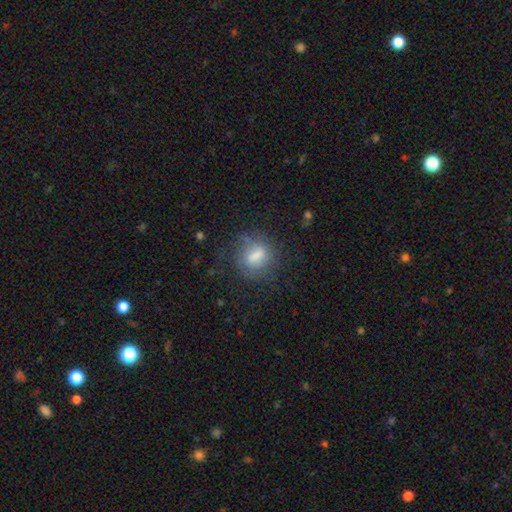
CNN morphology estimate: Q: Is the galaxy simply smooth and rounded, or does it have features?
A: smooth — 65%.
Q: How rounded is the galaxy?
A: in between — 47%.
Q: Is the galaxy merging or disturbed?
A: none — 67%.